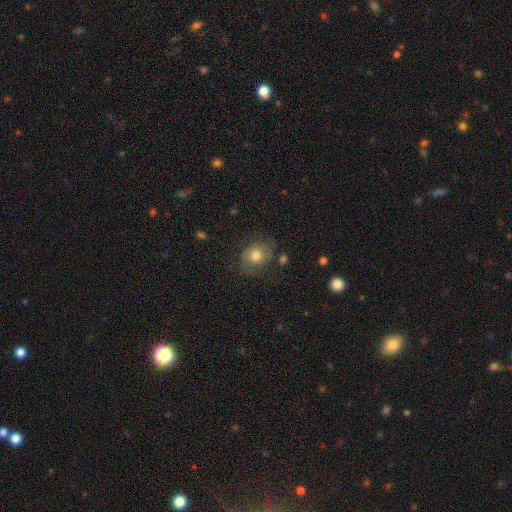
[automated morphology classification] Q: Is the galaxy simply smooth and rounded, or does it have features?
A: smooth — 69%.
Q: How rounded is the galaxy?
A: round — 54%.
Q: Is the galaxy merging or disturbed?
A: none — 73%.